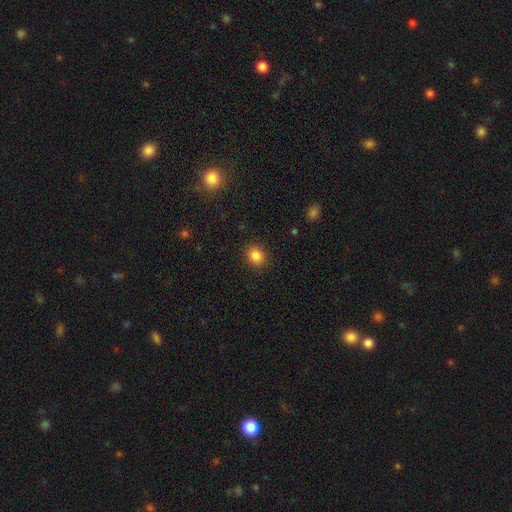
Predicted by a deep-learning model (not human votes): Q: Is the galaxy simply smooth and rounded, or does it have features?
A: smooth — 85%.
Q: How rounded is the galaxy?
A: round — 65%.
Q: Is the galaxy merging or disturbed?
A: none — 89%.